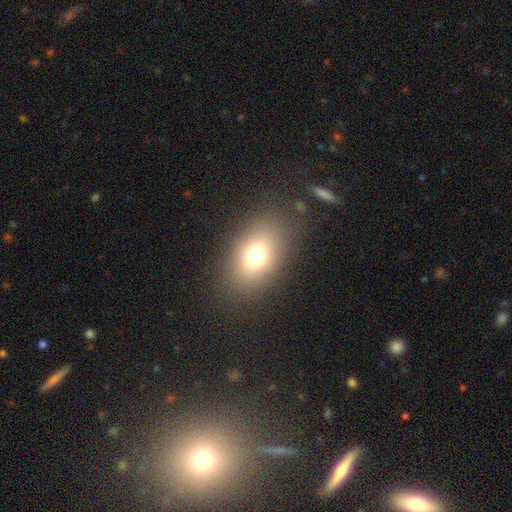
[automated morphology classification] A smooth galaxy with no disk features (73%) that is in between round and cigar-shaped (77%). Merging: none (83%).